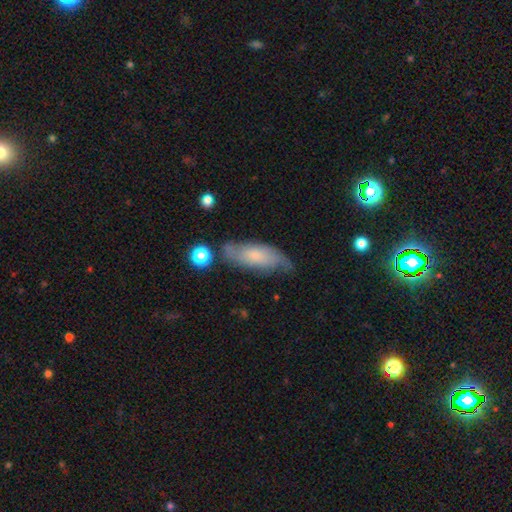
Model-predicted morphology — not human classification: Smooth or featured?
  - featured or disk: 47% *
  - smooth: 46%
  - star or artifact: 7%
Merging?
  - none: 63% *
  - minor disturbance: 25%
  - major disturbance: 8%
  - merger: 3%